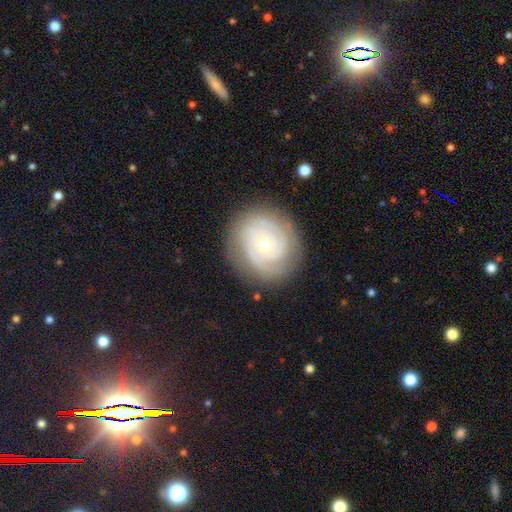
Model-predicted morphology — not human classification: featured or disk 79%, smooth 15%, star or artifact 6%. Down the decision tree: edge-on disk — no (97%); bar — no (81%); spiral arms — yes (92%); spiral arm count — can't tell (29%); spiral winding — tight (75%); bulge size — small (59%); merging — none (81%).